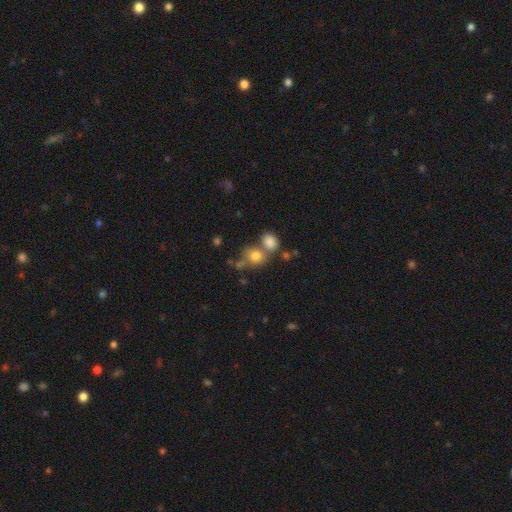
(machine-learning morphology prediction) smooth 77%, star or artifact 12%, featured or disk 11%. Down the decision tree: how rounded — round (71%); merging — none (43%).